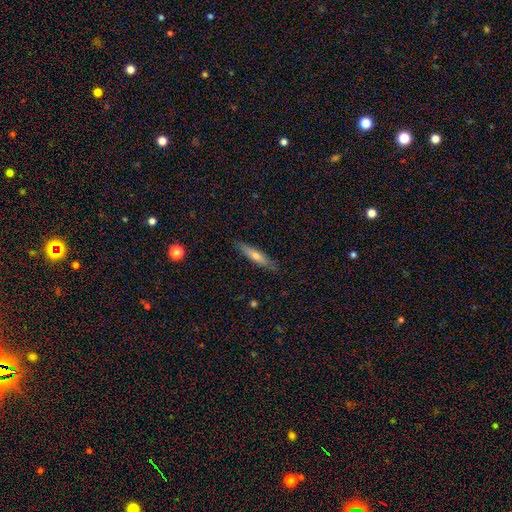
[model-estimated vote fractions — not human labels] A smooth galaxy with no disk features (54%) that is cigar-shaped (87%).

Vote fractions:
- Smooth or featured? smooth: 54% / featured or disk: 39% / star or artifact: 7%
- How rounded? cigar-shaped: 87% / in between: 11% / round: 2%
- Merging? none: 87% / minor disturbance: 10% / major disturbance: 2% / merger: 1%